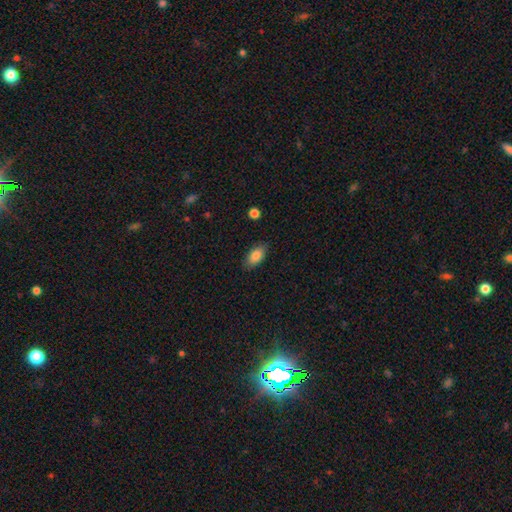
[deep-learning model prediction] smooth-or-featured: smooth: 84% | featured or disk: 8% | star or artifact: 8%
  how-rounded: in between: 91% | cigar-shaped: 5% | round: 4%
  merging: none: 86% | minor disturbance: 11% | major disturbance: 2% | merger: 1%